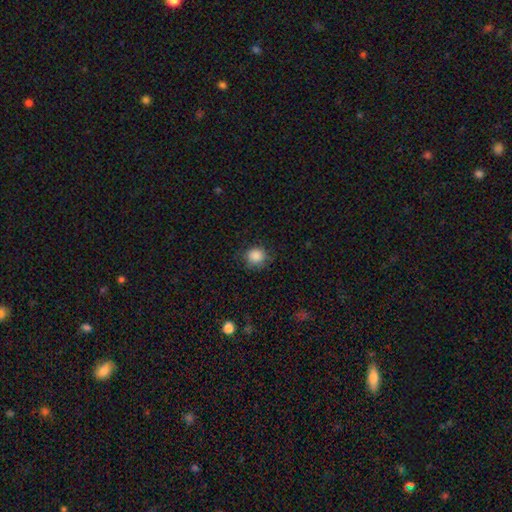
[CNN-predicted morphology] This appears to be a smooth galaxy with no disk features (87%) that is round (84%). Merging: none (77%).